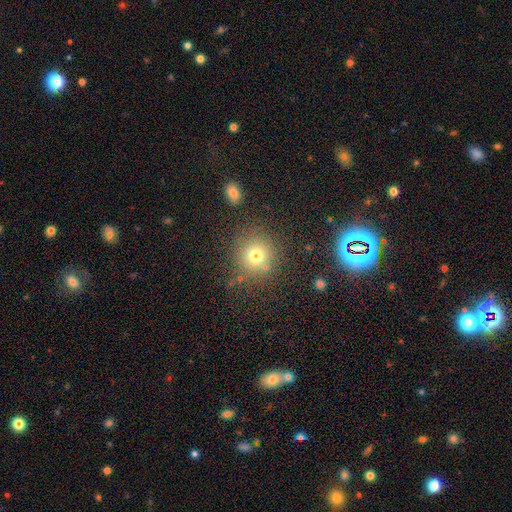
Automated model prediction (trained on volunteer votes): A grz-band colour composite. It shows a smooth galaxy with no disk features (74%) that is round (91%). Merging: none (81%).